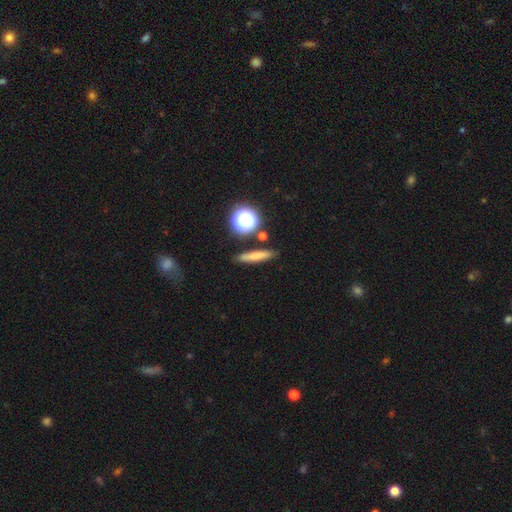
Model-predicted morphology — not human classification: Smooth or featured: smooth — 70% (featured or disk — 17%)
How rounded: cigar-shaped — 68% (round — 19%)
Merging: none — 84% (minor disturbance — 9%)